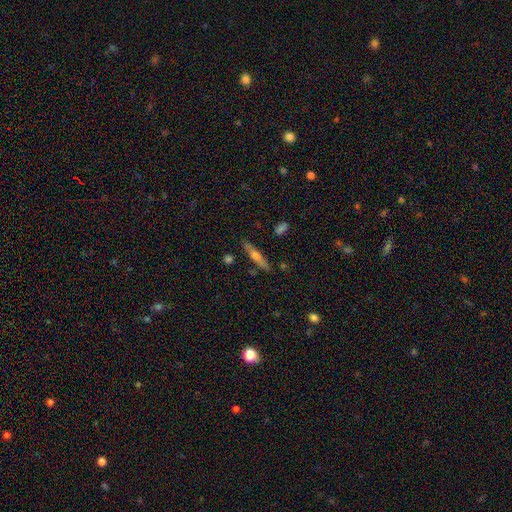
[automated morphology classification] Smooth or featured: featured or disk — 47% (smooth — 46%)
Merging: none — 85% (minor disturbance — 10%)